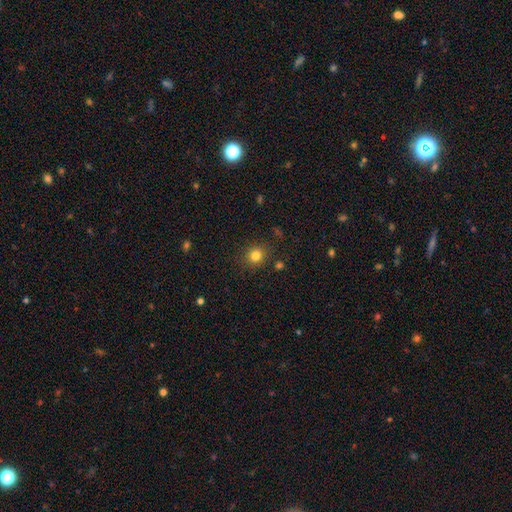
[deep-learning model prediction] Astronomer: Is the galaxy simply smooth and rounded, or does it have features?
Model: smooth — 81%.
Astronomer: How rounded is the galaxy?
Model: round — 85%.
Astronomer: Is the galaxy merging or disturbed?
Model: none — 86%.